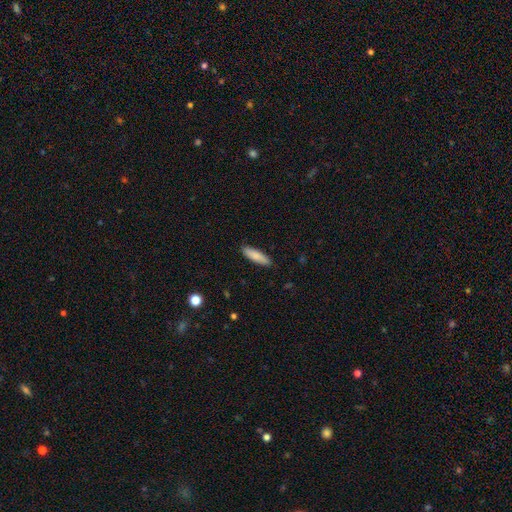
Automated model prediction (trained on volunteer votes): smooth_or_featured: smooth (p=0.85) [alt: featured or disk p=0.09]
how_rounded: cigar-shaped (p=0.65) [alt: in between p=0.34]
merging: none (p=0.88) [alt: minor disturbance p=0.09]